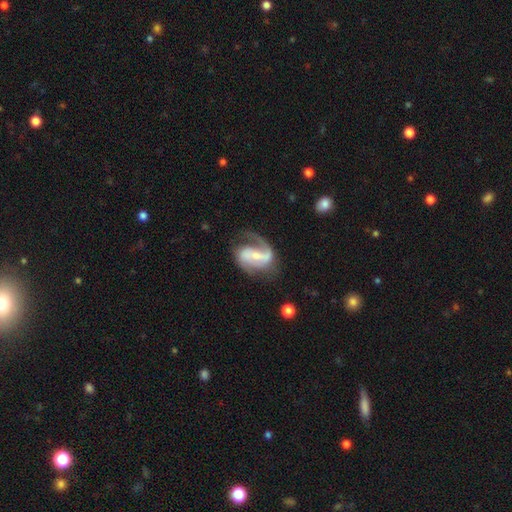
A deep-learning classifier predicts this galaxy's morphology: Overall: featured or disk (83%). Edge-on disk: no (97%). Bar: strong (43%; weak 35%). Spiral arms: yes (94%). Spiral arm count: 2 (59%; 1 34%). Spiral winding: medium (44%; loose 39%). Bulge size: small (56%; moderate 34%). Merging: none (50%; major disturbance 25%).